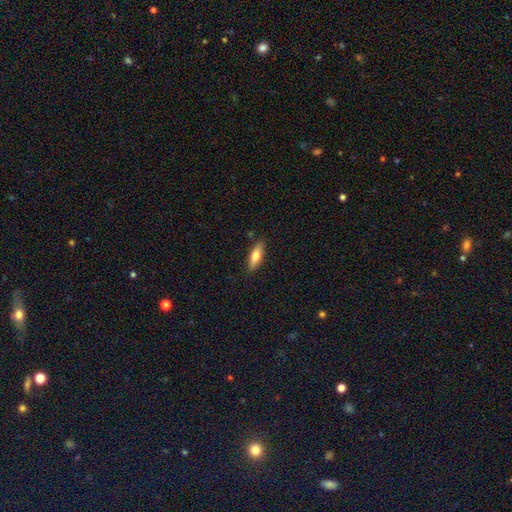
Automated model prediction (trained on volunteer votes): The model was most divided on "how rounded": in between: 52%, cigar-shaped: 46%, round: 2%. More confident: merging — none (86%); smooth or featured — smooth (71%).